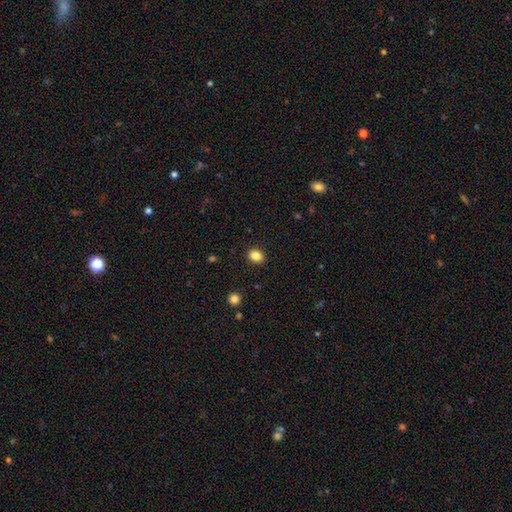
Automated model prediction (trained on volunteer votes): This is clearly a smooth galaxy (85%). How rounded: possibly in between (54%). Merging: clearly none (90%).